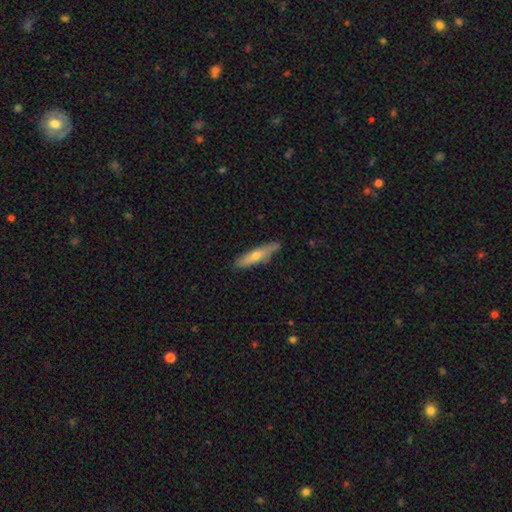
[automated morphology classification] Smooth or featured? smooth (54%)
How rounded? cigar-shaped (81%)
Merging? none (84%)